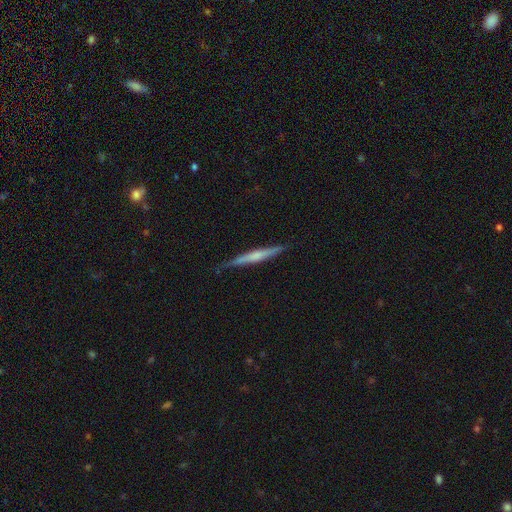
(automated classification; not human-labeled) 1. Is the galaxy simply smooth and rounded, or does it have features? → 54% featured or disk, 40% smooth, 6% star or artifact.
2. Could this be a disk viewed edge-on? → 97% yes, 3% no.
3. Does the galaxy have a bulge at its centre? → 44% rounded, 42% none, 14% boxy.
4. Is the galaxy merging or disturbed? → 83% none, 13% minor disturbance, 2% major disturbance, 1% merger.